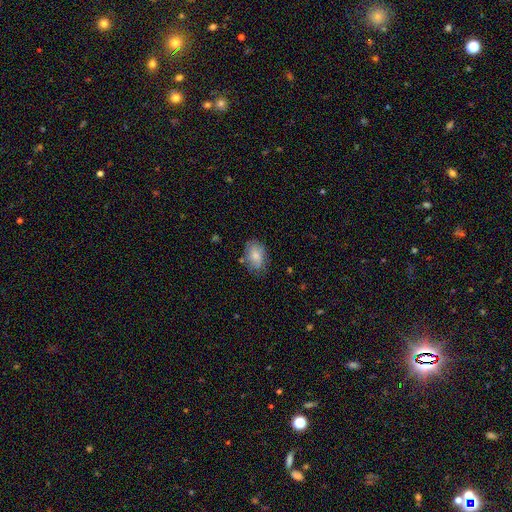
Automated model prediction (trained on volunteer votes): Smooth or featured? Predicted: smooth (p=0.76). How rounded? Predicted: in between (p=0.86). Merging? Predicted: none (p=0.69).